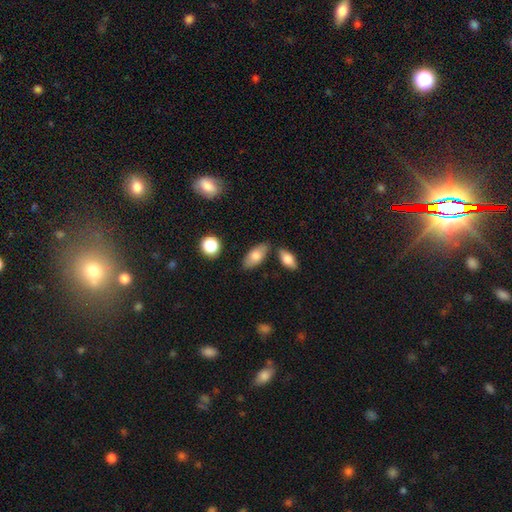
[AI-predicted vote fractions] Smooth or featured?
  - smooth: 76% *
  - featured or disk: 17%
  - star or artifact: 7%
How rounded?
  - in between: 87% *
  - cigar-shaped: 10%
  - round: 3%
Merging?
  - none: 76% *
  - minor disturbance: 13%
  - merger: 8%
  - major disturbance: 3%